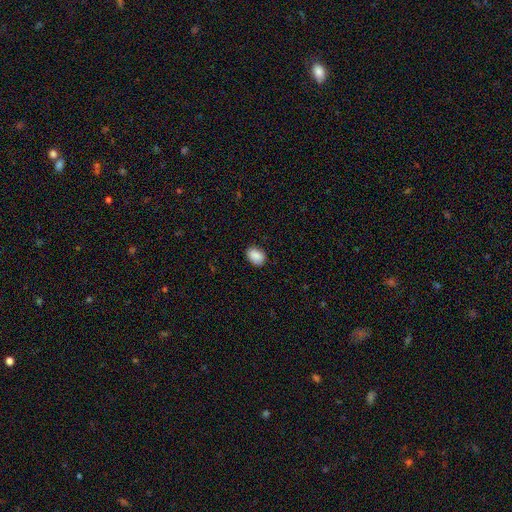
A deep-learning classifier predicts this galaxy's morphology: Overall: smooth (89%). How rounded: in between (77%). Merging: none (85%).